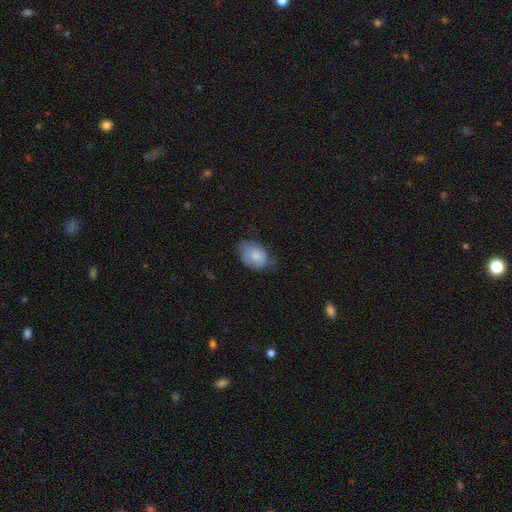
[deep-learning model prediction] Smooth or featured? Predicted: smooth (p=0.80). How rounded? Predicted: in between (p=0.73). Merging? Predicted: none (p=0.49).